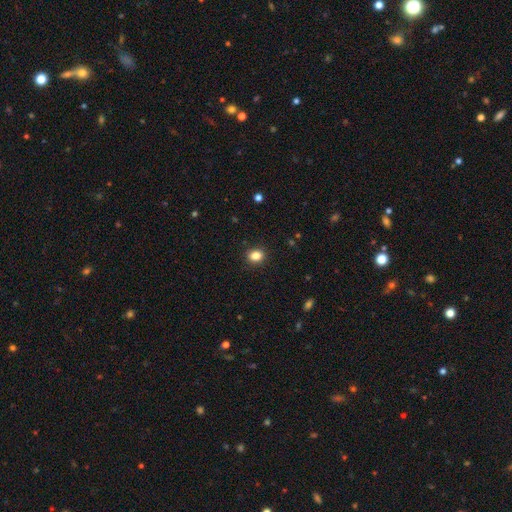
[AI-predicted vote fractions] A smooth galaxy with no disk features (85%) that is round (57%). Merging: none (90%).